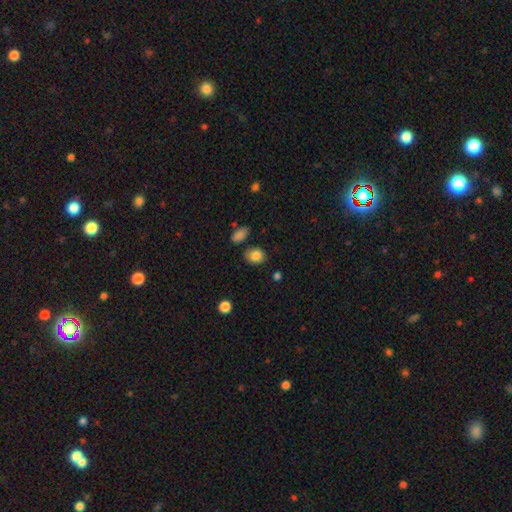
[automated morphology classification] A smooth galaxy with no disk features (84%) that is round (51%).

Vote fractions:
- Smooth or featured? smooth: 84% / star or artifact: 9% / featured or disk: 7%
- How rounded? round: 51% / in between: 48% / cigar-shaped: 1%
- Merging? none: 78% / minor disturbance: 15% / merger: 4% / major disturbance: 3%